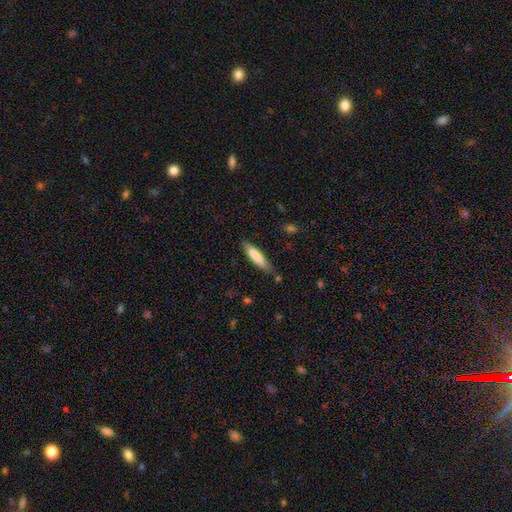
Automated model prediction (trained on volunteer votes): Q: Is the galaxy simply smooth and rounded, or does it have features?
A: smooth — 81%.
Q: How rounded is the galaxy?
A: cigar-shaped — 74%.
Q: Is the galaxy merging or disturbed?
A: none — 78%.